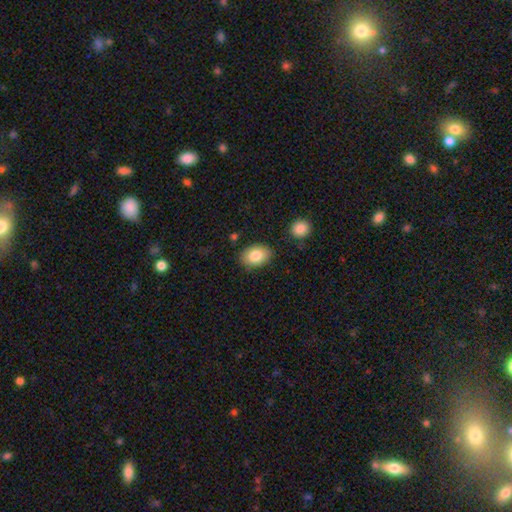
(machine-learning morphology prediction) smooth-or-featured: smooth: 84% | featured or disk: 10% | star or artifact: 7%
  how-rounded: in between: 84% | round: 15% | cigar-shaped: 1%
  merging: none: 84% | minor disturbance: 11% | merger: 3% | major disturbance: 2%